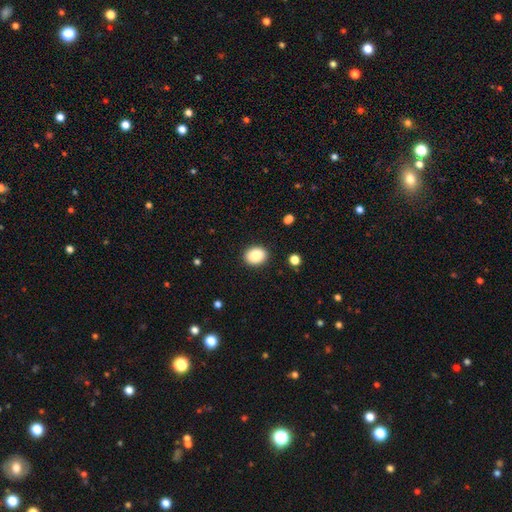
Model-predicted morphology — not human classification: Smooth or featured? Predicted: smooth (p=0.86). How rounded? Predicted: round (p=0.52). Merging? Predicted: none (p=0.90).